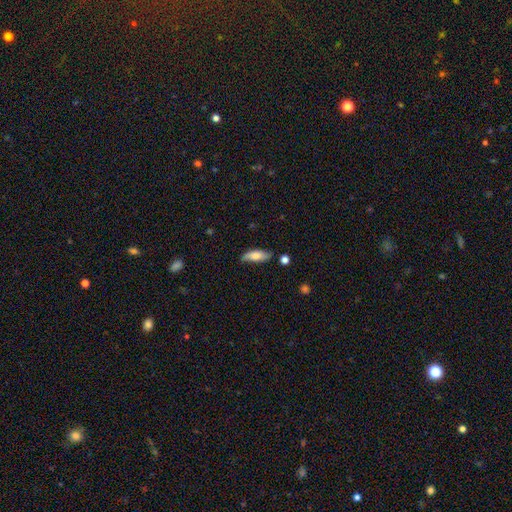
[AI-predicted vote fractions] Smooth or featured? smooth (65%)
How rounded? in between (64%)
Merging? none (71%)